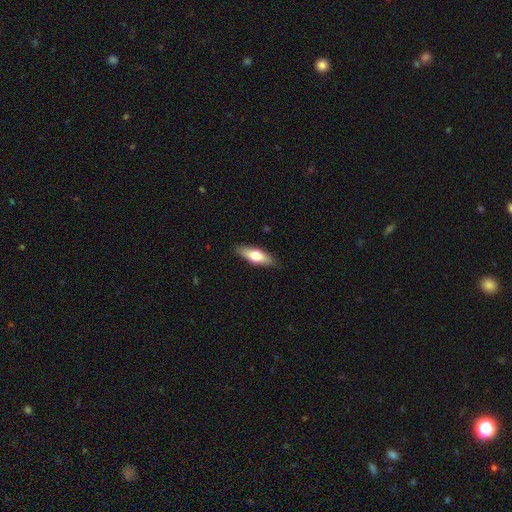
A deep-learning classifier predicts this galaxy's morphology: A smooth galaxy with no disk features (61%) that is in between round and cigar-shaped (56%). Merging: none (87%).